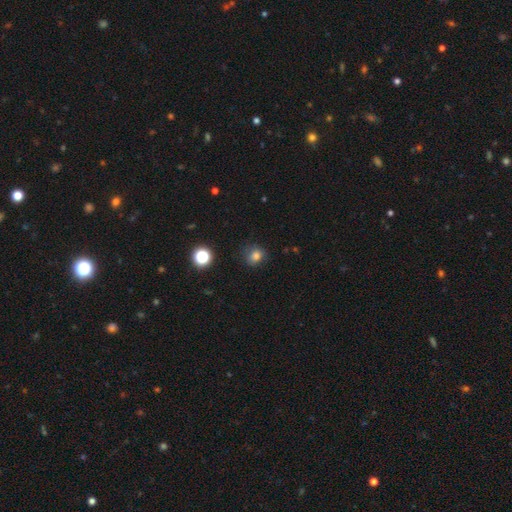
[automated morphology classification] Smooth or featured? smooth (79%)
How rounded? round (73%)
Merging? none (77%)